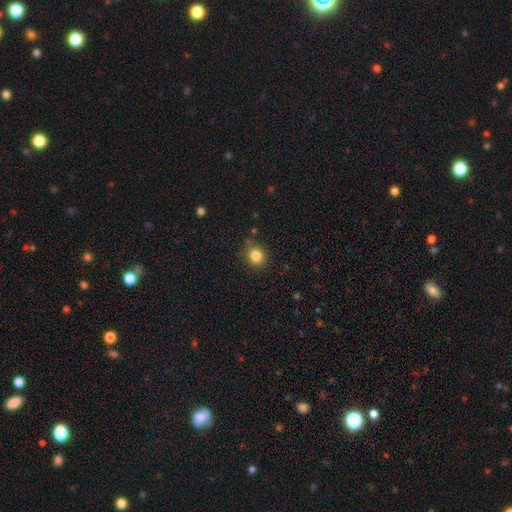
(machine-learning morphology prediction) Smooth or featured? Predicted: smooth (p=0.83). How rounded? Predicted: round (p=0.83). Merging? Predicted: none (p=0.85).